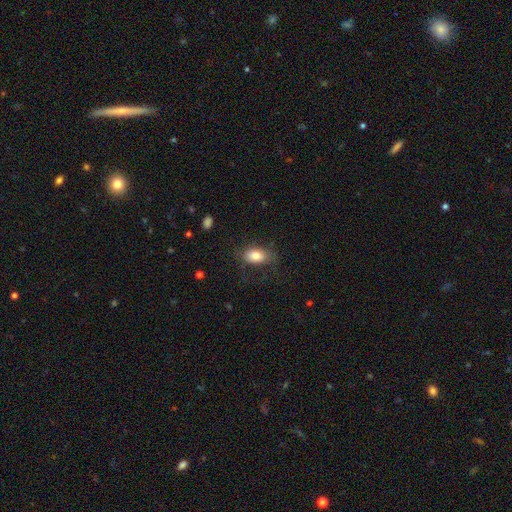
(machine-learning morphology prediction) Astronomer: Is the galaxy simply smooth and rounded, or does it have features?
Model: smooth — 80%.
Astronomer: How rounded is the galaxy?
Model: in between — 90%.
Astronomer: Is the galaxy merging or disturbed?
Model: none — 66%.